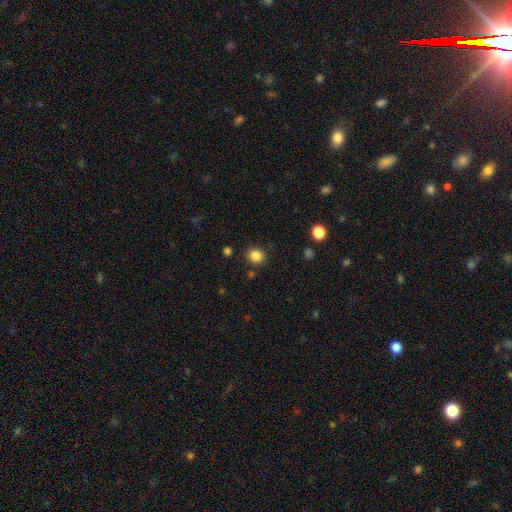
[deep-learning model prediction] Smooth or featured? smooth (84%)
How rounded? round (80%)
Merging? none (87%)